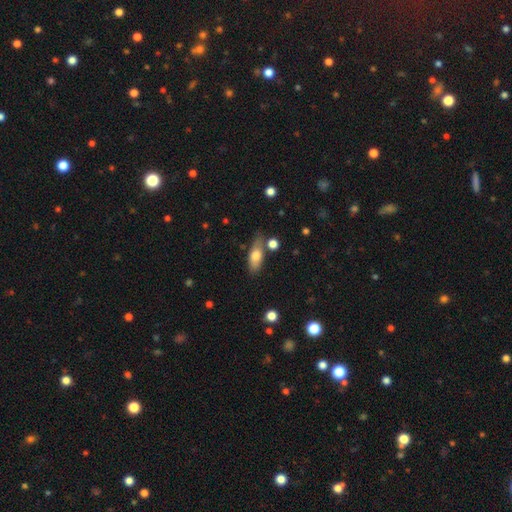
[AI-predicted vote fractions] Q: Smooth or featured?
A: smooth (70%); runner-up: featured or disk (23%)
Q: How rounded?
A: in between (73%); runner-up: cigar-shaped (22%)
Q: Merging?
A: none (62%); runner-up: minor disturbance (22%)